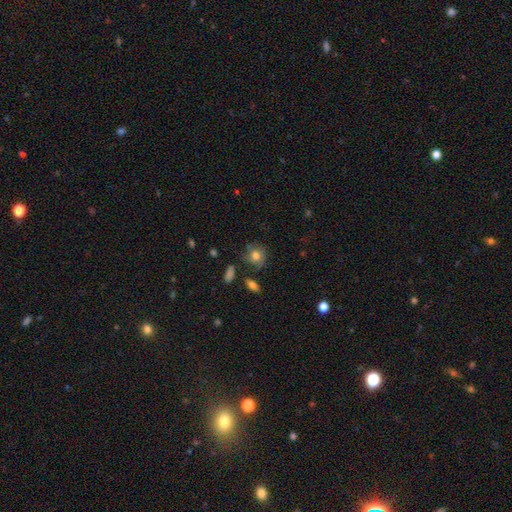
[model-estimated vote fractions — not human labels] smooth-or-featured: smooth: 70% | featured or disk: 21% | star or artifact: 10%
  how-rounded: round: 77% | in between: 21% | cigar-shaped: 1%
  merging: none: 69% | minor disturbance: 20% | major disturbance: 7% | merger: 4%